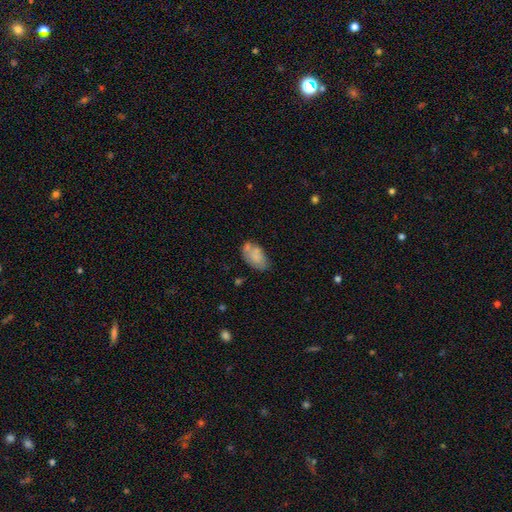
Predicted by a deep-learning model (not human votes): This appears to be a smooth galaxy with no disk features (73%) that is in between round and cigar-shaped (91%). Merging: none (49%).